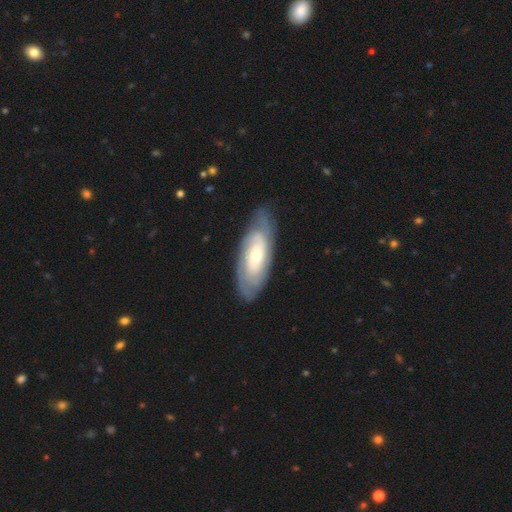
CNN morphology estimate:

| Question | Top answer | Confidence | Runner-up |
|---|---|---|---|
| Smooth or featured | featured or disk | 71% | smooth (24%) |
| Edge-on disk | no | 88% | yes (12%) |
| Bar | no | 74% | weak (21%) |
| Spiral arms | yes | 85% | no (15%) |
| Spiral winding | tight | 71% | medium (22%) |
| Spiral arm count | can't tell | 55% | 2 (24%) |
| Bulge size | small | 53% | moderate (40%) |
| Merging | none | 78% | minor disturbance (16%) |